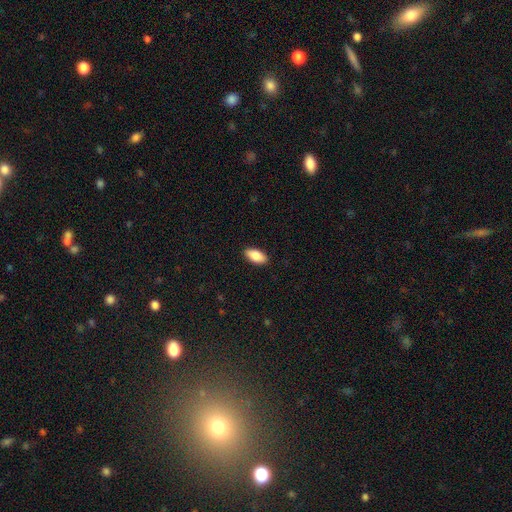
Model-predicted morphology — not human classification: smooth-or-featured: smooth: 87% | featured or disk: 7% | star or artifact: 6%
  how-rounded: in between: 91% | cigar-shaped: 6% | round: 2%
  merging: none: 89% | minor disturbance: 8% | major disturbance: 2% | merger: 1%